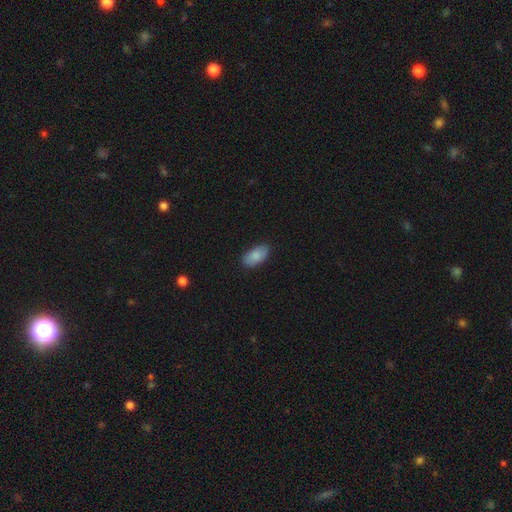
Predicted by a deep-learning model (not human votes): A smooth galaxy with no disk features (87%) that is in between round and cigar-shaped (94%).

Vote fractions:
- Smooth or featured? smooth: 87% / featured or disk: 7% / star or artifact: 6%
- How rounded? in between: 94% / cigar-shaped: 3% / round: 3%
- Merging? none: 85% / minor disturbance: 12% / major disturbance: 2% / merger: 1%